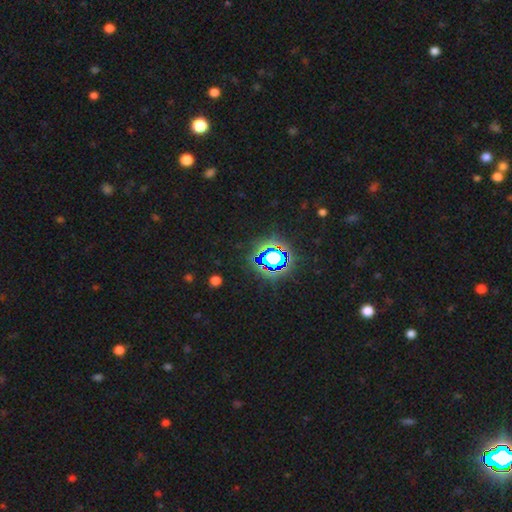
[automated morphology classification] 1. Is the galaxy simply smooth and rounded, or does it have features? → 79% star or artifact, 14% smooth, 7% featured or disk.